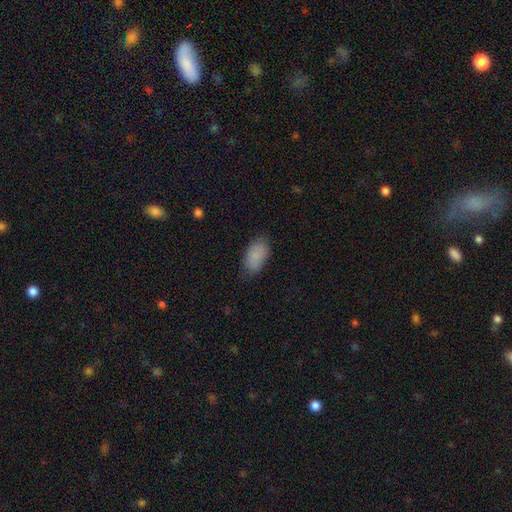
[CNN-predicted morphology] type=smooth (87%); roundness=in between (94%); merging=none (76%).